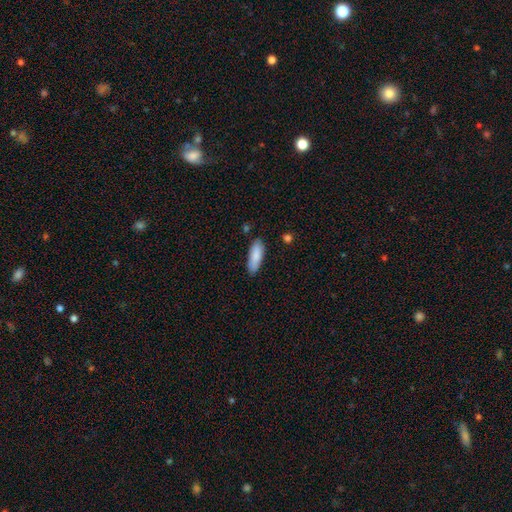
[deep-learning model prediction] This is clearly a smooth galaxy (87%). How rounded: likely in between (65%). Merging: clearly none (81%).